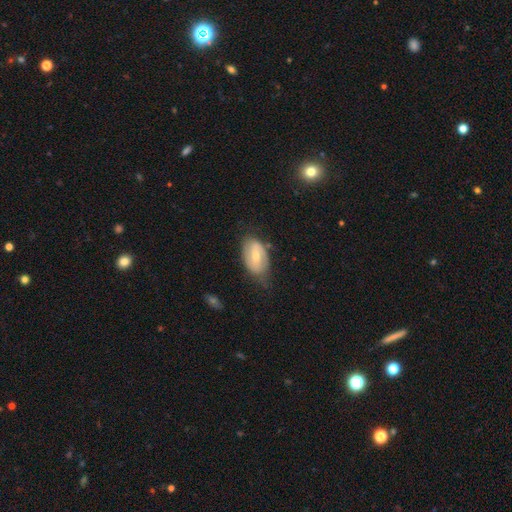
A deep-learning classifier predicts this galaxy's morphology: Smooth or featured: featured or disk — 48% (smooth — 46%)
Merging: none — 60% (minor disturbance — 30%)